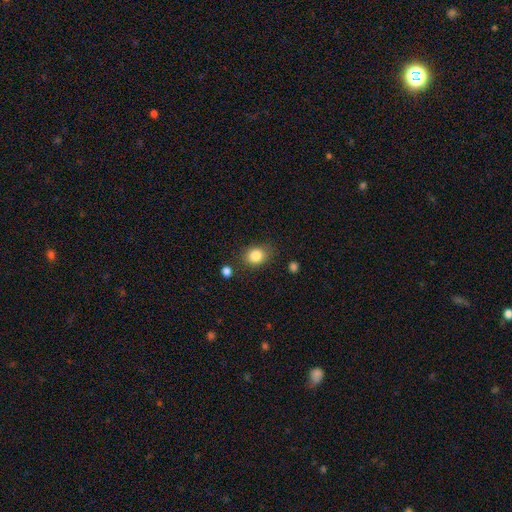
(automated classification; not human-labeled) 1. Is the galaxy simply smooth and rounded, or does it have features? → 84% smooth, 10% star or artifact, 6% featured or disk.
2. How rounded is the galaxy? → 53% round, 46% in between, 1% cigar-shaped.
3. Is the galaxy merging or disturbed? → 76% none, 16% minor disturbance, 5% major disturbance, 4% merger.